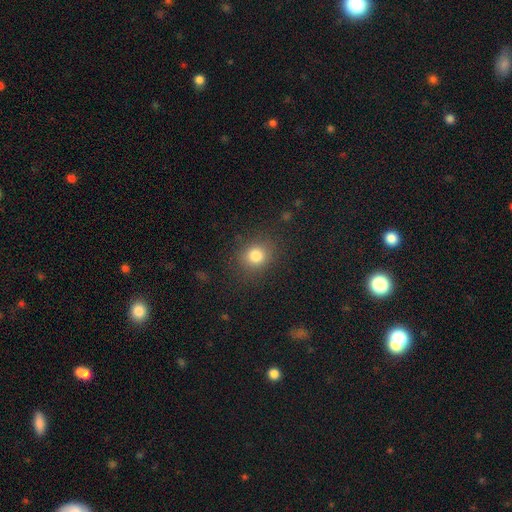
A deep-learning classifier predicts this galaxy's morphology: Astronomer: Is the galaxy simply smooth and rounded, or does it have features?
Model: smooth — 81%.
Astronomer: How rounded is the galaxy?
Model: round — 76%.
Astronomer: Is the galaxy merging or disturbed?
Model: none — 86%.